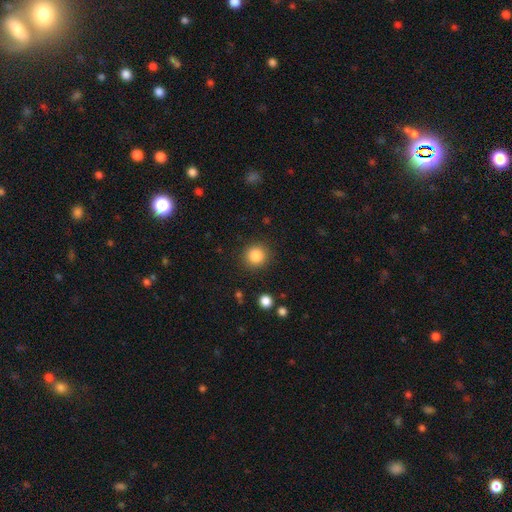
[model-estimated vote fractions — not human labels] Smooth or featured? Predicted: smooth (p=0.85). How rounded? Predicted: round (p=0.92). Merging? Predicted: none (p=0.89).